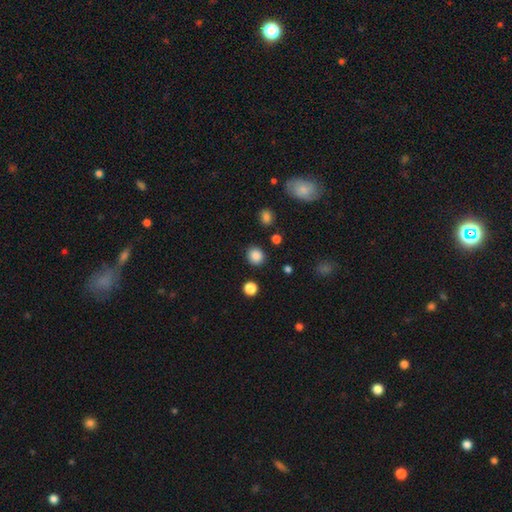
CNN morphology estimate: This appears to be a smooth galaxy with no disk features (86%) that is round (84%). Merging: none (87%).